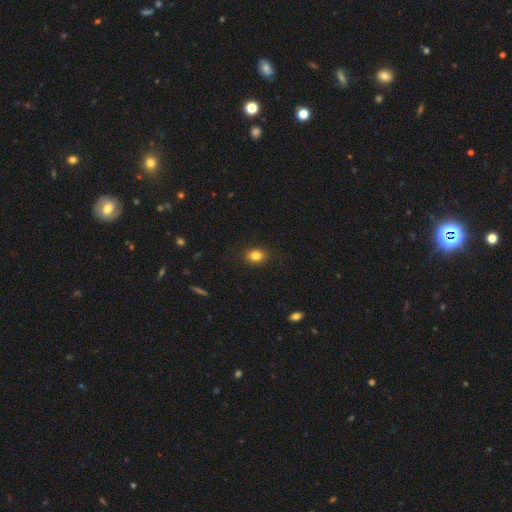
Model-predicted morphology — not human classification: Overall: smooth (83%). How rounded: in between (51%; round 48%). Merging: none (87%).